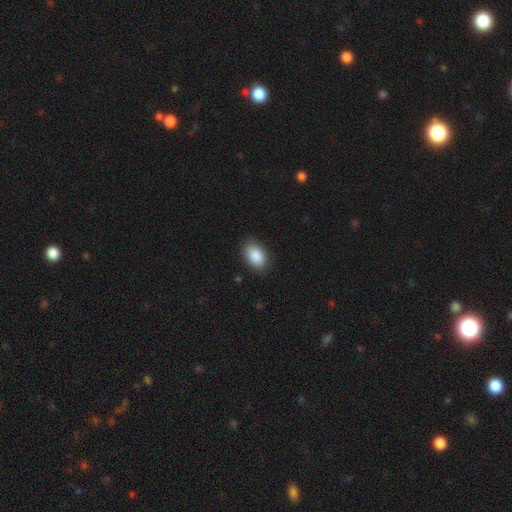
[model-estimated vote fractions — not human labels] smooth_or_featured: smooth (p=0.89) [alt: star or artifact p=0.07]
how_rounded: in between (p=0.90) [alt: round p=0.09]
merging: none (p=0.88) [alt: minor disturbance p=0.09]